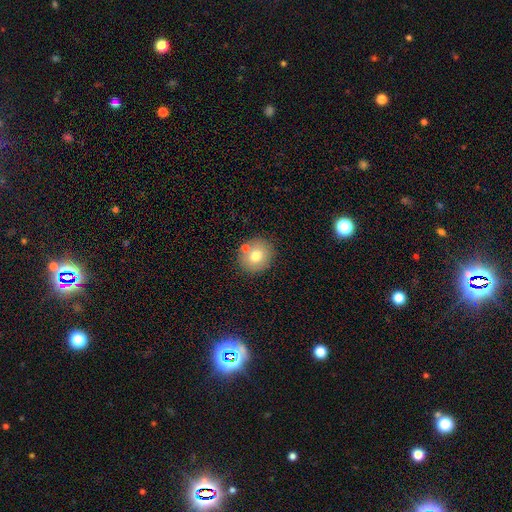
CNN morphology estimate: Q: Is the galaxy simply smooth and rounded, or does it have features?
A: smooth — 72%.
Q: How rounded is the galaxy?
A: round — 81%.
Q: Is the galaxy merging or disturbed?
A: none — 73%.